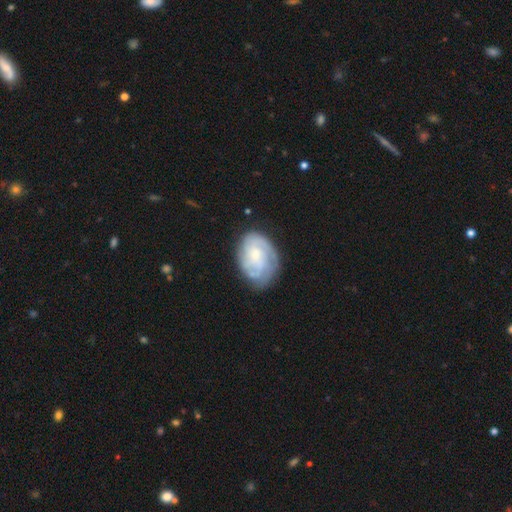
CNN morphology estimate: Smooth or featured? featured or disk (71%)
Edge-on disk? no (97%)
Bar? no (69%)
Spiral arms? yes (90%)
Spiral winding? tight (60%)
Spiral arm count? can't tell (39%)
Bulge size? small (54%)
Merging? none (68%)